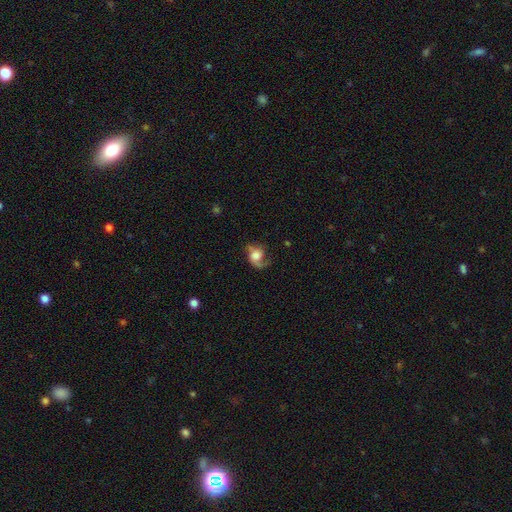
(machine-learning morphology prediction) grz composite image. It shows a featured or disk galaxy (60%) with no bar (70%), 2 (52%) loose (52%) spiral arms (89%) and a large central bulge (40%). Merging: none (51%).